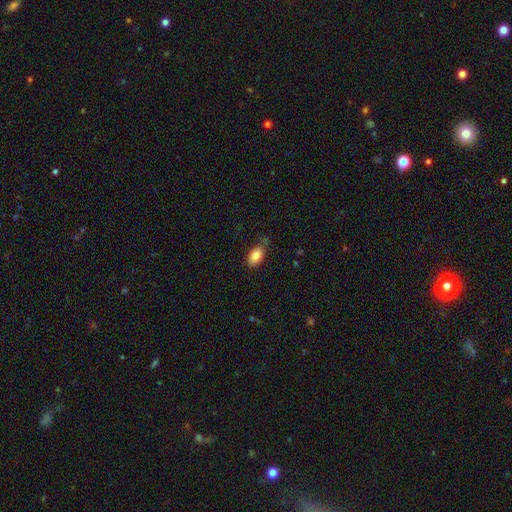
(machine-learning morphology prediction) Overall: smooth (85%). How rounded: in between (92%). Merging: none (70%).